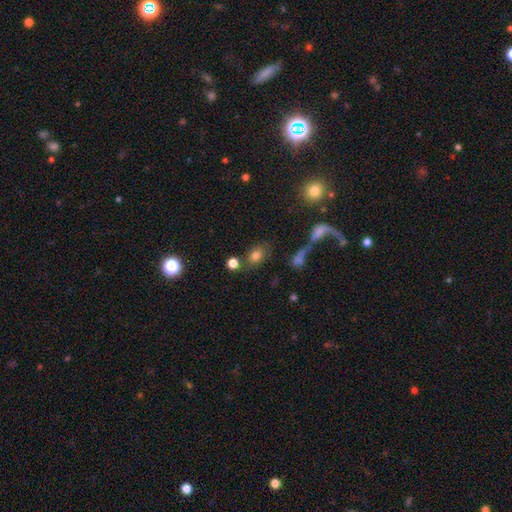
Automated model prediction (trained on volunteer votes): A smooth galaxy with no disk features (78%) that is in between round and cigar-shaped (63%). Merging: none (66%).